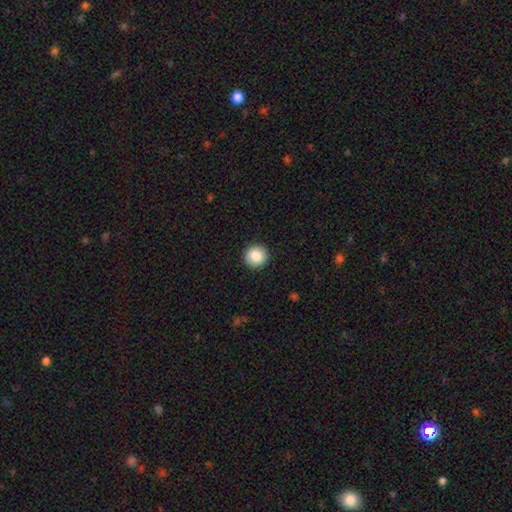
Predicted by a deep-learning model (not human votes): smooth 86%, star or artifact 8%, featured or disk 6%. Down the decision tree: how rounded — round (95%); merging — none (93%).